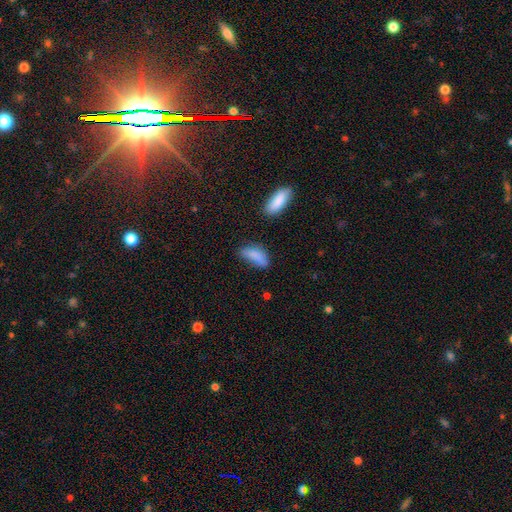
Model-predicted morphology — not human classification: smooth 81%, featured or disk 10%, star or artifact 9%. Down the decision tree: how rounded — in between (71%); merging — none (45%).